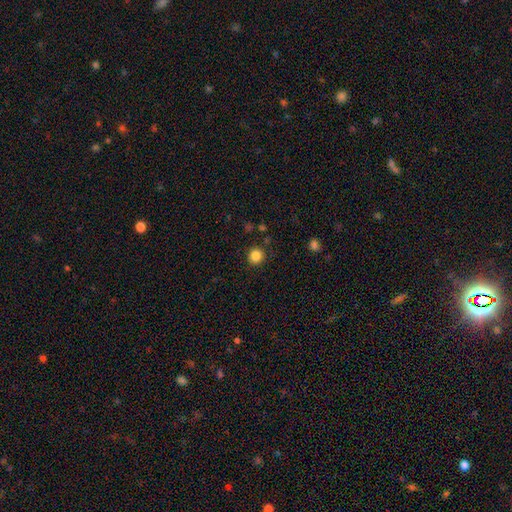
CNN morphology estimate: type=smooth (85%); roundness=round (92%); merging=none (89%).